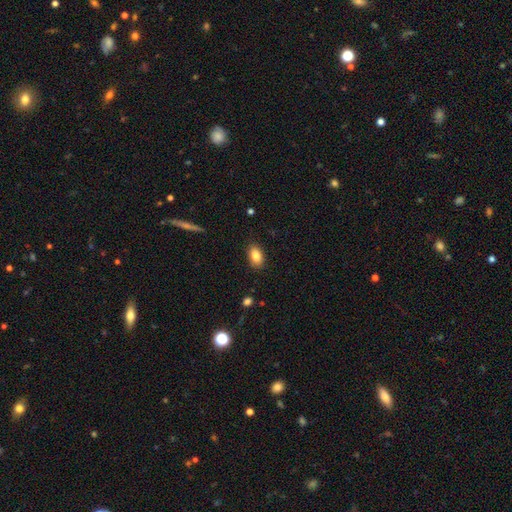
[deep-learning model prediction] Smooth or featured? smooth (86%)
How rounded? in between (89%)
Merging? none (86%)